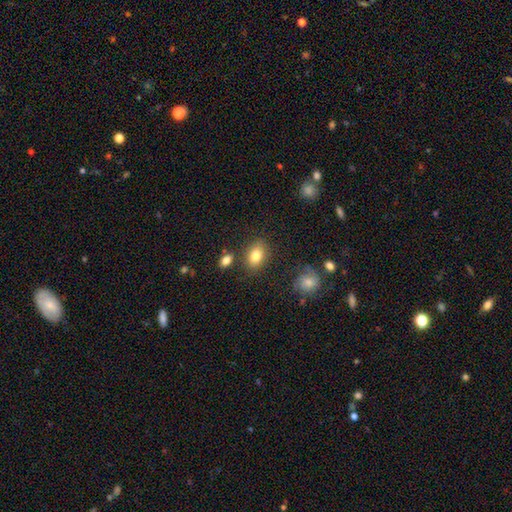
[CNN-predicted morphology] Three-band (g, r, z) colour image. It shows a smooth galaxy with no disk features (82%) that is in between round and cigar-shaped (77%). Merging: none (79%).